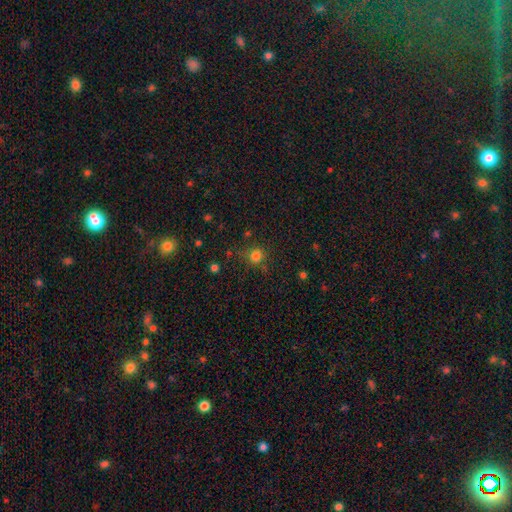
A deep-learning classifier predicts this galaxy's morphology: type=smooth (79%); roundness=round (91%); merging=none (79%).